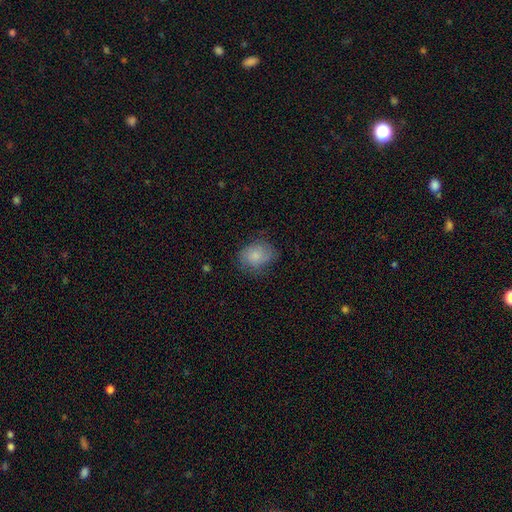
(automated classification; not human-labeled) The model was most divided on "how rounded": in between: 51%, round: 48%, cigar-shaped: 1%. More confident: merging — none (69%); smooth or featured — smooth (62%).